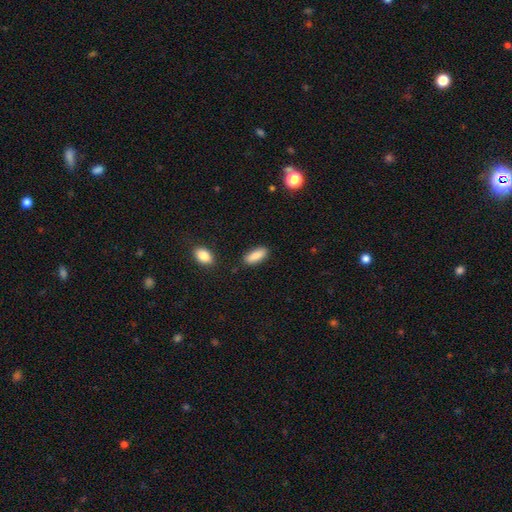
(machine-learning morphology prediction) This appears to be a smooth galaxy with no disk features (87%) that is in between round and cigar-shaped (73%). Merging: none (84%).